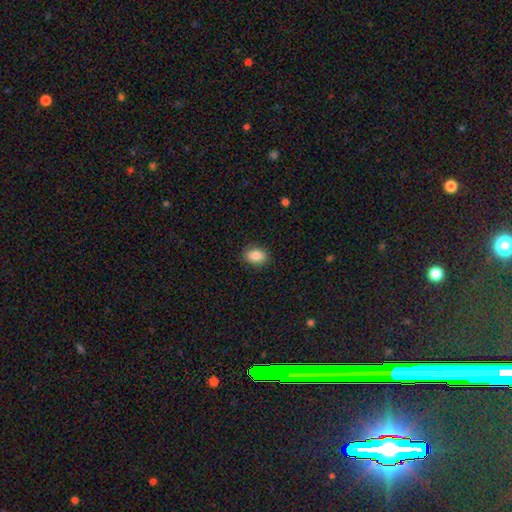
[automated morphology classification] Smooth or featured: smooth — 85% (star or artifact — 8%)
How rounded: in between — 75% (round — 23%)
Merging: none — 88% (minor disturbance — 9%)